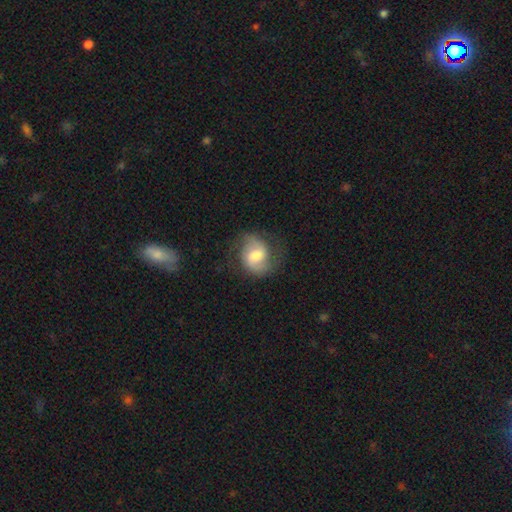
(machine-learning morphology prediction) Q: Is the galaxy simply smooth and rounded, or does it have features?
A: featured or disk — 66%.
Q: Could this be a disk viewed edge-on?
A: no — 97%.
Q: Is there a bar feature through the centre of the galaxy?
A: weak — 50%.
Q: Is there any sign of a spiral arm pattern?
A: yes — 91%.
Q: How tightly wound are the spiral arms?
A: medium — 49%.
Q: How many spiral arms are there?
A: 2 — 87%.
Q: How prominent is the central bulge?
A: moderate — 61%.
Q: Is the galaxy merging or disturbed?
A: none — 70%.